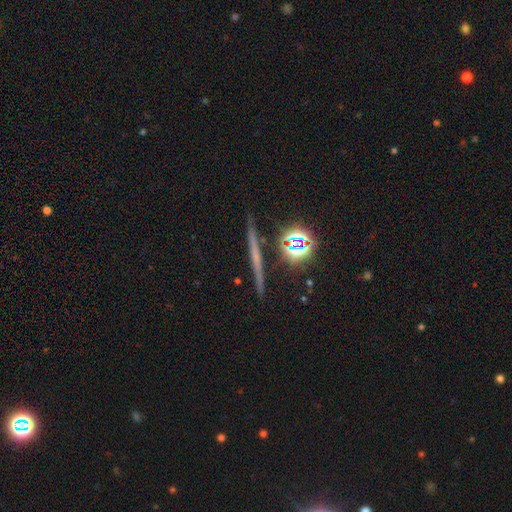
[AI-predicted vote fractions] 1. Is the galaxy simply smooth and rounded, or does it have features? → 47% featured or disk, 28% smooth, 26% star or artifact.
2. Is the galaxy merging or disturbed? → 87% none, 8% minor disturbance, 3% merger, 2% major disturbance.